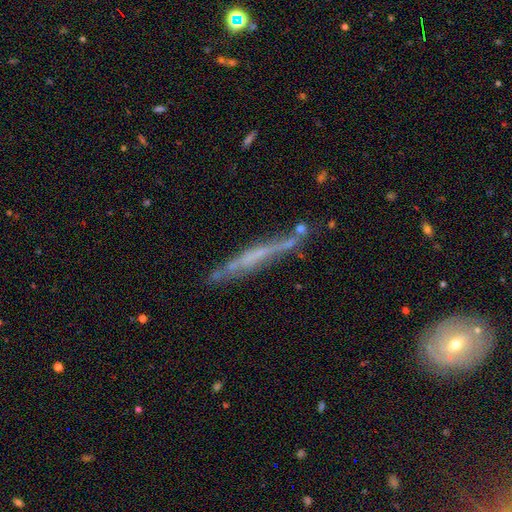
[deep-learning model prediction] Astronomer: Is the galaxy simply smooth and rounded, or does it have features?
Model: featured or disk — 61%.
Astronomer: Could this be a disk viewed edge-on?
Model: yes — 90%.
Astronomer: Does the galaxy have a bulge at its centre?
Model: none — 77%.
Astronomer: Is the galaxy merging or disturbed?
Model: none — 74%.